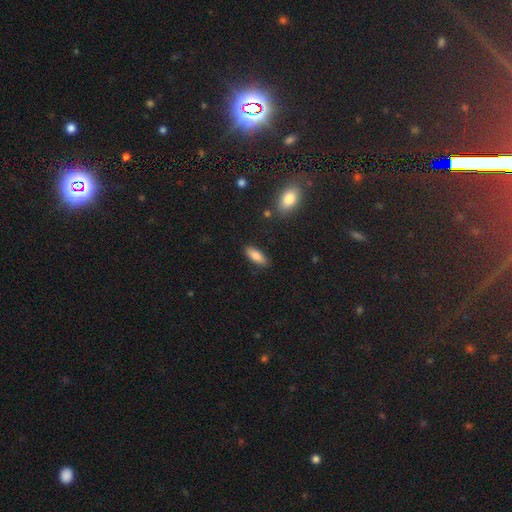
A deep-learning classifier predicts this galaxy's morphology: Overall: smooth (83%). How rounded: in between (65%; cigar-shaped 33%). Merging: none (86%).